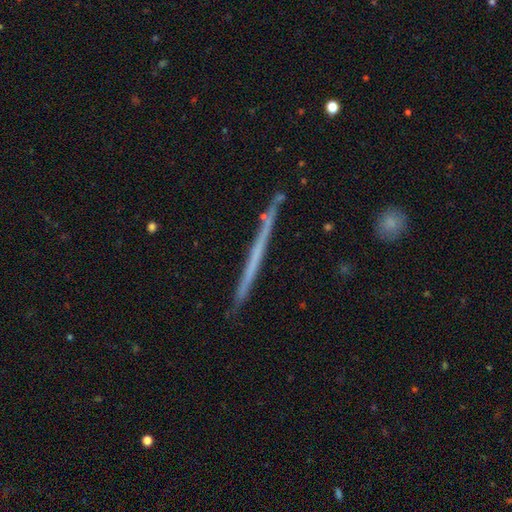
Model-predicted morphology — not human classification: This is possibly a featured or disk galaxy (57%). It is clearly viewed edge-on (98%). Edge-on bulge: clearly none (94%). Merging: clearly none (89%).